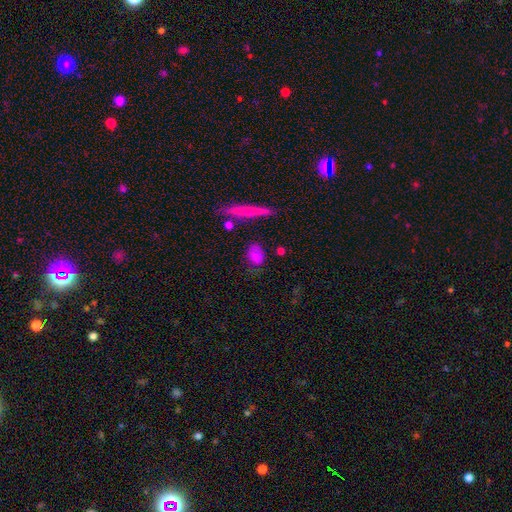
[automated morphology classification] Smooth or featured?
  - smooth: 78% *
  - featured or disk: 12%
  - star or artifact: 10%
How rounded?
  - in between: 70% *
  - round: 23%
  - cigar-shaped: 8%
Merging?
  - none: 66% *
  - minor disturbance: 22%
  - major disturbance: 7%
  - merger: 4%